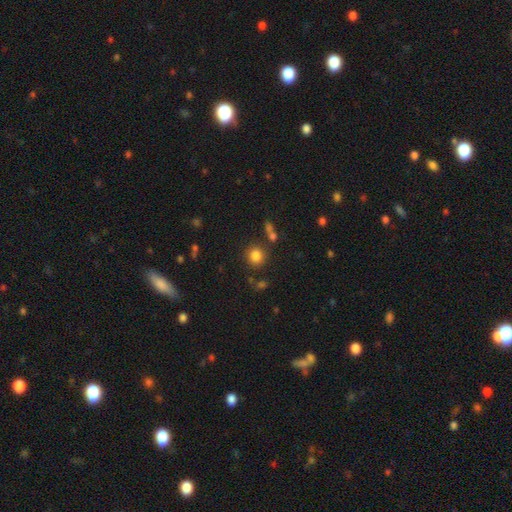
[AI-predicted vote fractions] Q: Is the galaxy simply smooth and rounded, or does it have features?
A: smooth — 82%.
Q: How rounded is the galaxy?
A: round — 88%.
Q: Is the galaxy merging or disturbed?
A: none — 81%.